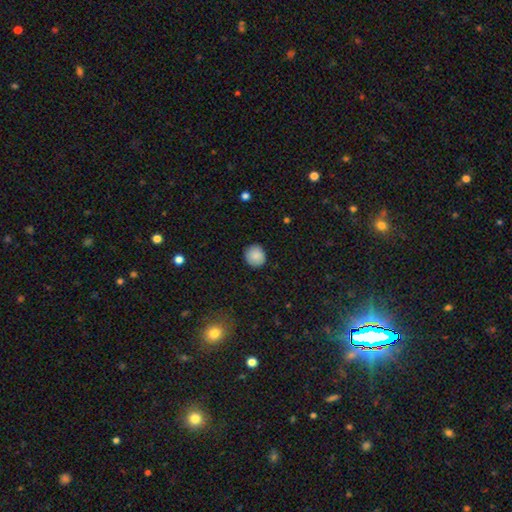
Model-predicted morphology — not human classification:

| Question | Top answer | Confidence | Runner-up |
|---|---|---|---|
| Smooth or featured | smooth | 88% | star or artifact (8%) |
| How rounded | round | 90% | in between (9%) |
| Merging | none | 89% | minor disturbance (8%) |